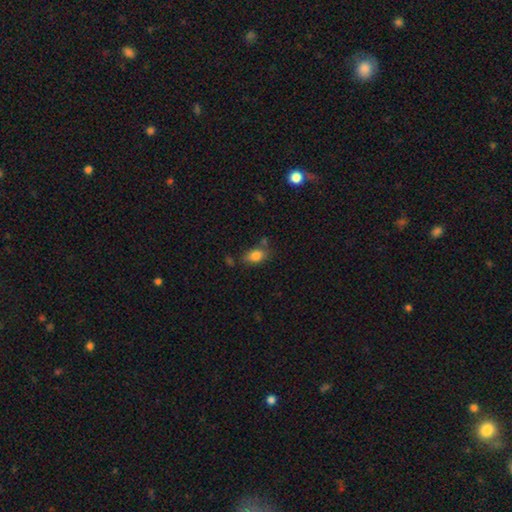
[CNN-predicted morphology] This appears to be a smooth galaxy with no disk features (83%) that is in between round and cigar-shaped (82%). Merging: none (68%).